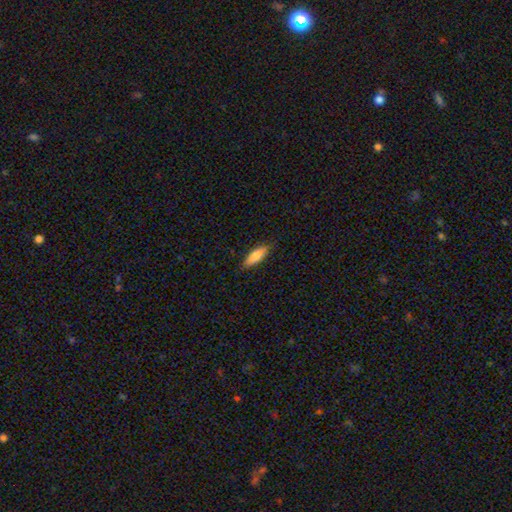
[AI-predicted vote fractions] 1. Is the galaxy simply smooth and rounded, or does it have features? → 79% smooth, 15% featured or disk, 6% star or artifact.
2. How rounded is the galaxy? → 60% in between, 38% cigar-shaped, 2% round.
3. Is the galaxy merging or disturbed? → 83% none, 13% minor disturbance, 2% major disturbance, 1% merger.